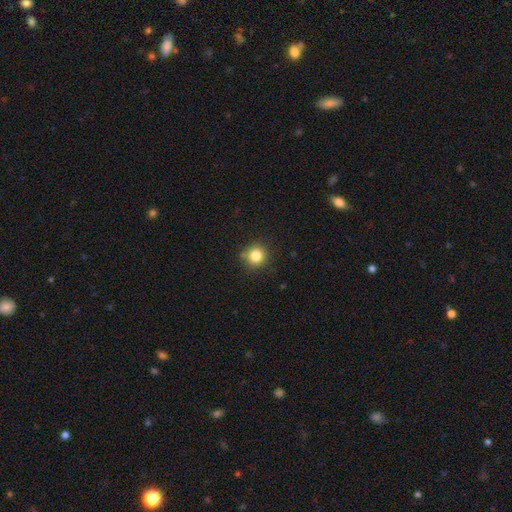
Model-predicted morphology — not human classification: This is clearly a smooth galaxy (83%). How rounded: clearly round (91%). Merging: clearly none (84%).